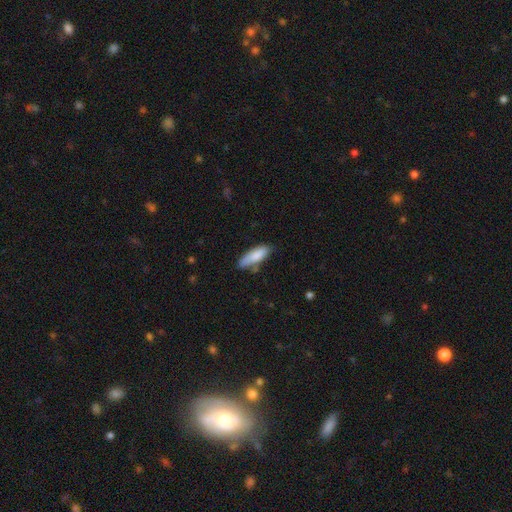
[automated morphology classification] smooth_or_featured: smooth (p=0.83) [alt: featured or disk p=0.11]
how_rounded: in between (p=0.54) [alt: cigar-shaped p=0.44]
merging: none (p=0.65) [alt: minor disturbance p=0.25]